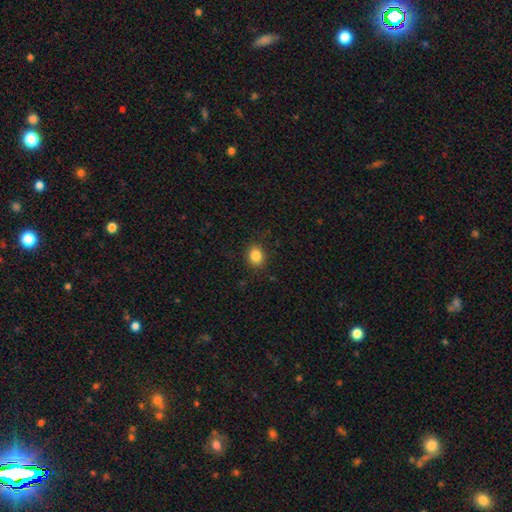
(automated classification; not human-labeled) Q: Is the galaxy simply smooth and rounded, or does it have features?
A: smooth — 85%.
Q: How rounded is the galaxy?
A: round — 60%.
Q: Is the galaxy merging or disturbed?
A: none — 88%.